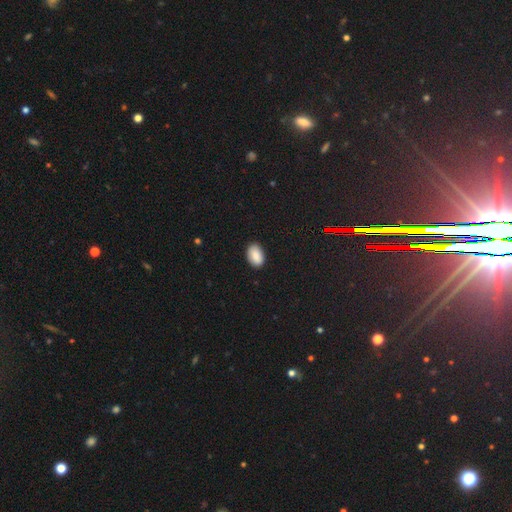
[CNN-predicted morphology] The model was most divided on "merging": none: 85%, minor disturbance: 12%, major disturbance: 2%, merger: 1%. More confident: how rounded — in between (91%); smooth or featured — smooth (88%).